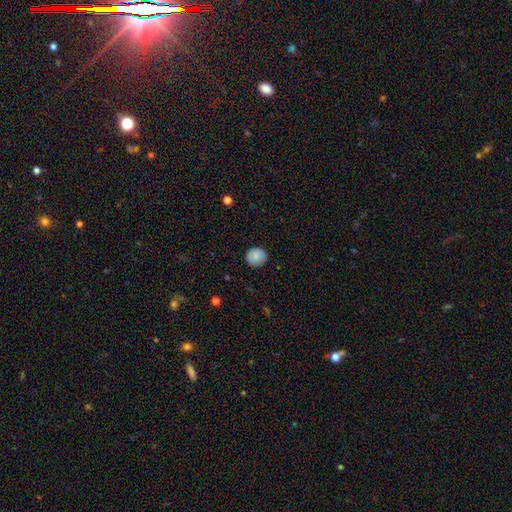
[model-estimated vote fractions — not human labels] Smooth or featured? smooth (84%)
How rounded? round (85%)
Merging? none (86%)